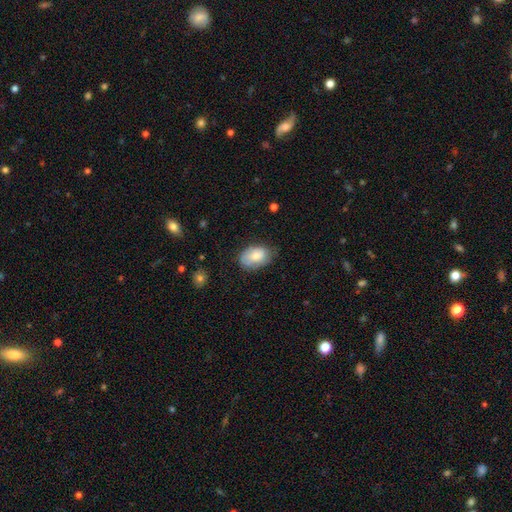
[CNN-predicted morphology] Smooth or featured? smooth (73%)
How rounded? in between (87%)
Merging? none (64%)